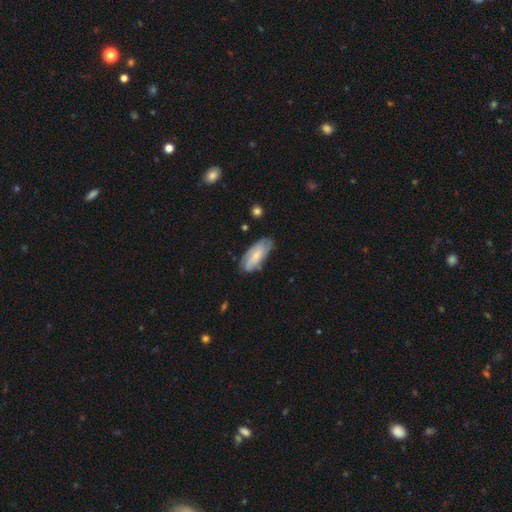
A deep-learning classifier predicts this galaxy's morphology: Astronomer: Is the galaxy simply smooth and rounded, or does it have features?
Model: featured or disk — 47% (runner-up: smooth, 46%).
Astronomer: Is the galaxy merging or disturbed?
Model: none — 70%.